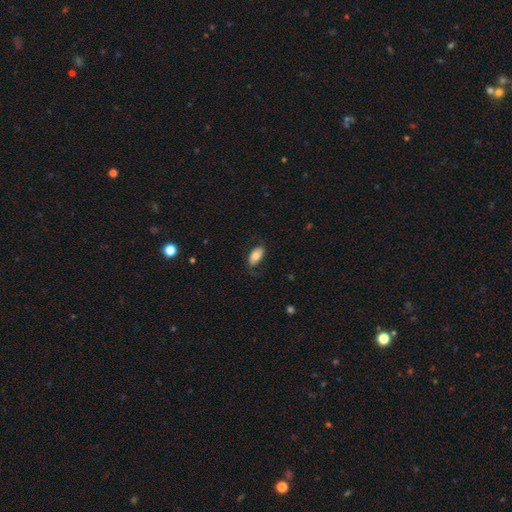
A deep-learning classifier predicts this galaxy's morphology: Q: Smooth or featured?
A: smooth (73%); runner-up: featured or disk (20%)
Q: How rounded?
A: in between (93%); runner-up: cigar-shaped (4%)
Q: Merging?
A: none (71%); runner-up: minor disturbance (20%)